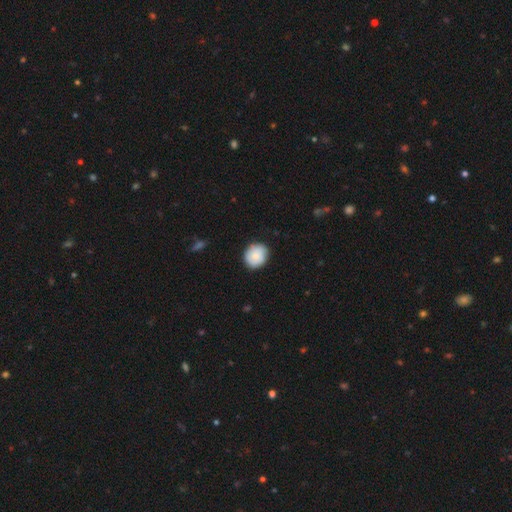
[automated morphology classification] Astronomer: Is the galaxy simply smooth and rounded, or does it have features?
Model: smooth — 79%.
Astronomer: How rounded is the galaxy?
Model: round — 78%.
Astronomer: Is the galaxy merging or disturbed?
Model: none — 83%.